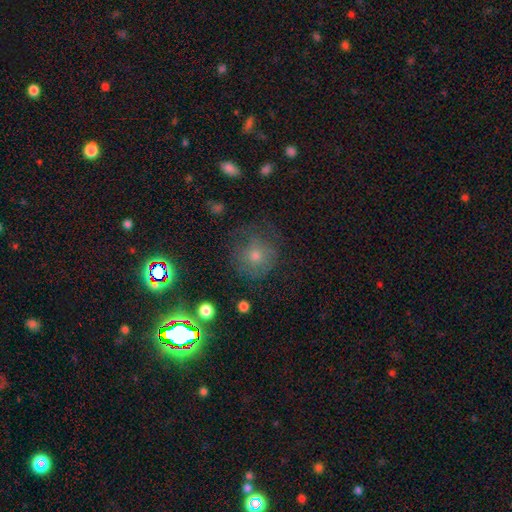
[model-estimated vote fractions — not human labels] Smooth or featured? Predicted: smooth (p=0.63). How rounded? Predicted: round (p=0.89). Merging? Predicted: none (p=0.62).